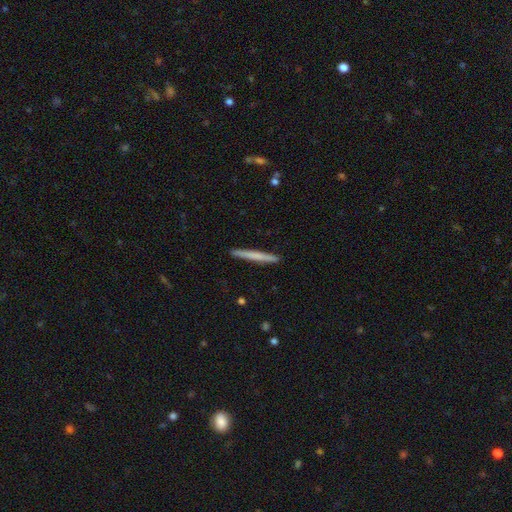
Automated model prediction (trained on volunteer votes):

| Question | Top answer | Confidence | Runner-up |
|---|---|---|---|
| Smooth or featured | smooth | 61% | featured or disk (33%) |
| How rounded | cigar-shaped | 97% | in between (2%) |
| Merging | none | 93% | minor disturbance (5%) |